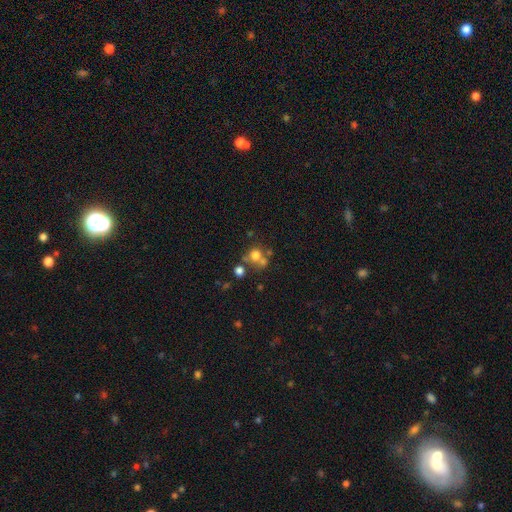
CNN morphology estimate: Smooth or featured? smooth (67%)
How rounded? round (84%)
Merging? none (49%)